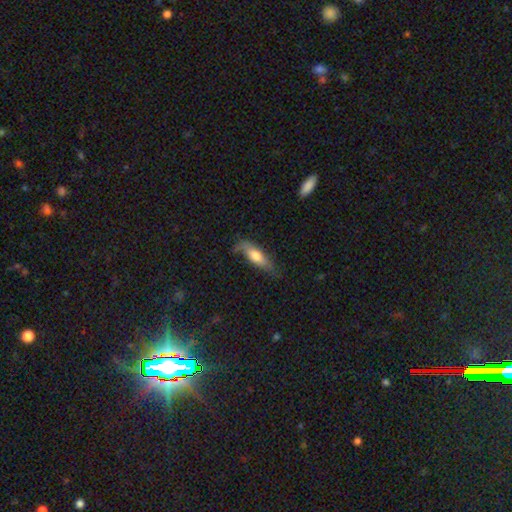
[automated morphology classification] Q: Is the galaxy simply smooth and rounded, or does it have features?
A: smooth — 64%.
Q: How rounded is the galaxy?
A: in between — 51%.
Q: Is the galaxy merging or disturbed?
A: none — 62%.